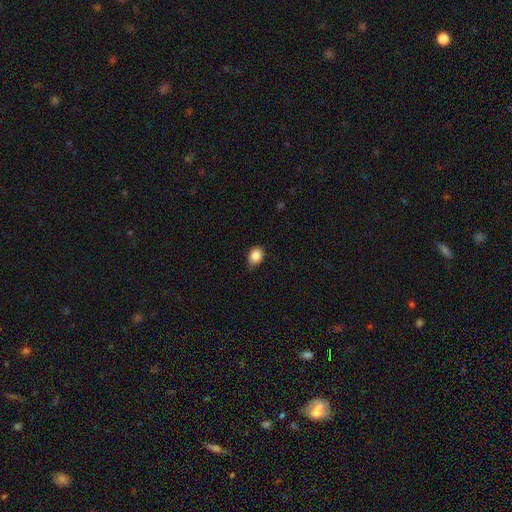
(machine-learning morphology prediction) This is clearly a smooth galaxy (87%). How rounded: possibly round (53%). Merging: likely none (71%).